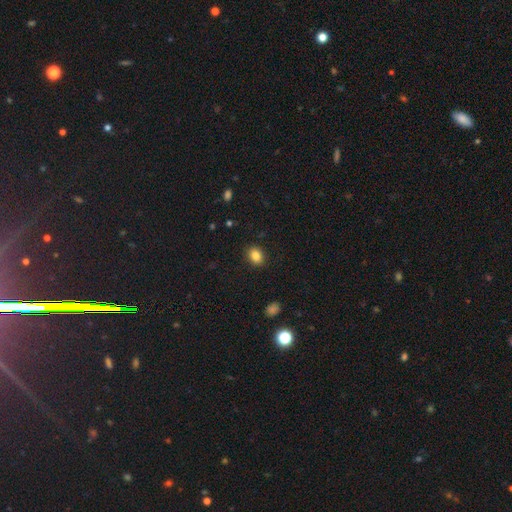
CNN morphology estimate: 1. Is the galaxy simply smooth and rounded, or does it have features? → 85% smooth, 10% star or artifact, 5% featured or disk.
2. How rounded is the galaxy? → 63% in between, 36% round, 1% cigar-shaped.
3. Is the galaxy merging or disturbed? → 88% none, 8% minor disturbance, 2% major disturbance, 1% merger.